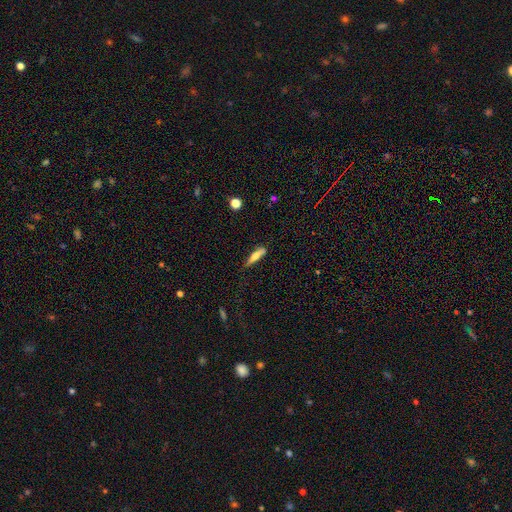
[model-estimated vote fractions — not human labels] Smooth or featured?
  - smooth: 64% *
  - featured or disk: 29%
  - star or artifact: 7%
How rounded?
  - cigar-shaped: 79% *
  - in between: 19%
  - round: 2%
Merging?
  - none: 64% *
  - minor disturbance: 25%
  - major disturbance: 7%
  - merger: 4%